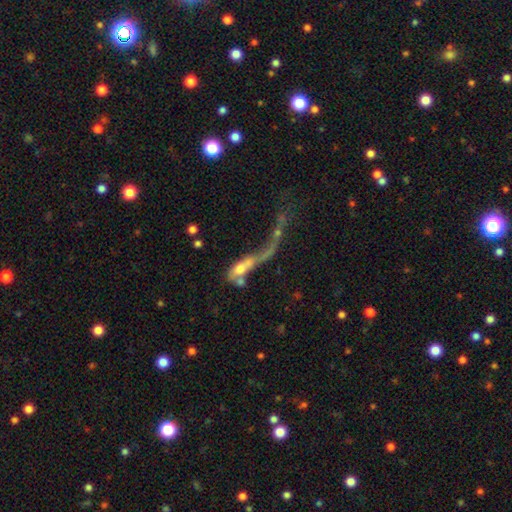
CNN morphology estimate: type=featured or disk (54%); edge-on=no (73%); merging=merger (40%).